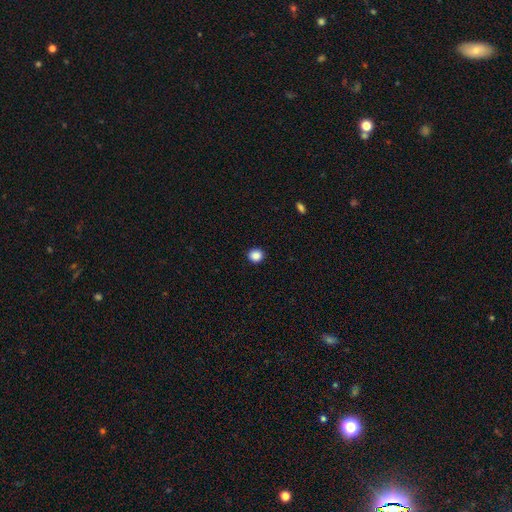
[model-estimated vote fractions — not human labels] Smooth or featured: smooth — 88% (star or artifact — 10%)
How rounded: round — 88% (in between — 11%)
Merging: none — 92% (minor disturbance — 5%)